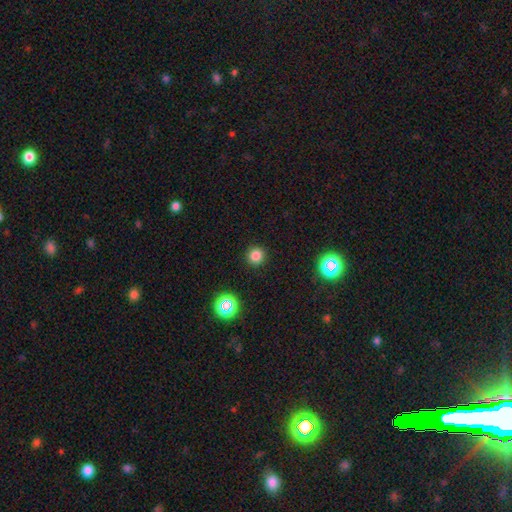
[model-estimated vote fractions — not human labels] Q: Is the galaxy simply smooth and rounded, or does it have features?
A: smooth — 81%.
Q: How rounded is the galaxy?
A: round — 94%.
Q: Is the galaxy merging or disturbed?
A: none — 92%.